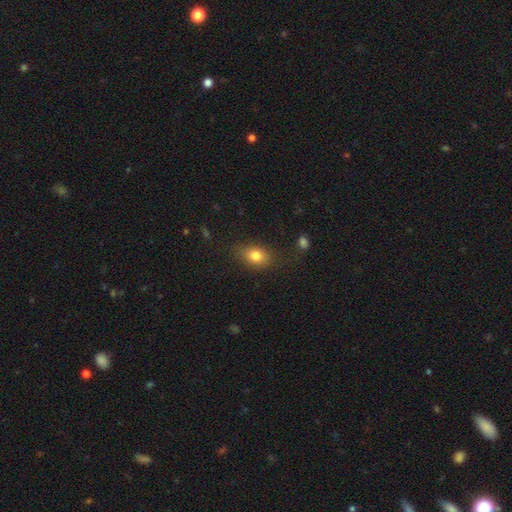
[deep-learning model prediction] smooth-or-featured: smooth: 80% | star or artifact: 10% | featured or disk: 10%
  how-rounded: in between: 71% | round: 27% | cigar-shaped: 2%
  merging: none: 74% | minor disturbance: 18% | major disturbance: 6% | merger: 2%